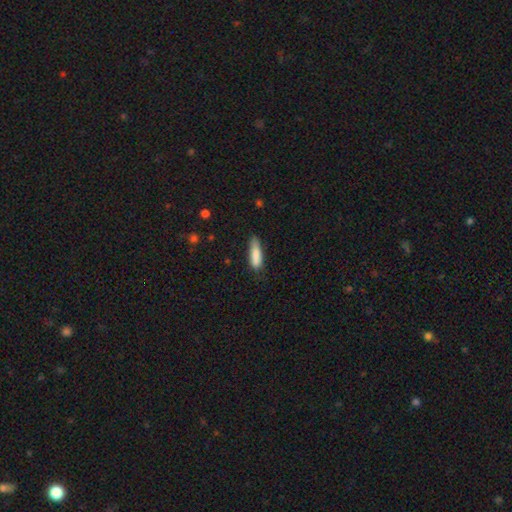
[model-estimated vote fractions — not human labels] smooth 85%, featured or disk 8%, star or artifact 6%. Down the decision tree: how rounded — cigar-shaped (64%); merging — none (68%).